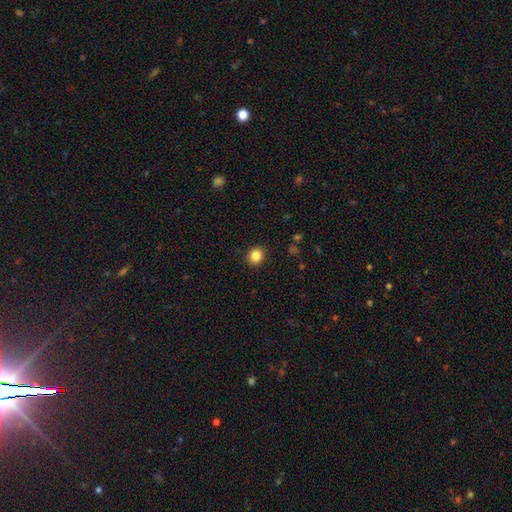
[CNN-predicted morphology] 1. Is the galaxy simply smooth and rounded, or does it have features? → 85% smooth, 11% star or artifact, 4% featured or disk.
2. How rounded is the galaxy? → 77% round, 23% in between, 1% cigar-shaped.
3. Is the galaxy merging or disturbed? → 91% none, 6% minor disturbance, 2% major disturbance, 1% merger.